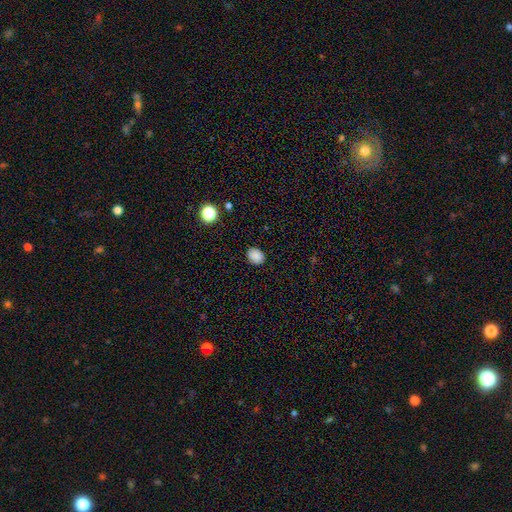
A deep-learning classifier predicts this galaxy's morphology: smooth_or_featured: smooth (p=0.85) [alt: star or artifact p=0.11]
how_rounded: round (p=0.50) [alt: in between p=0.49]
merging: none (p=0.86) [alt: minor disturbance p=0.11]